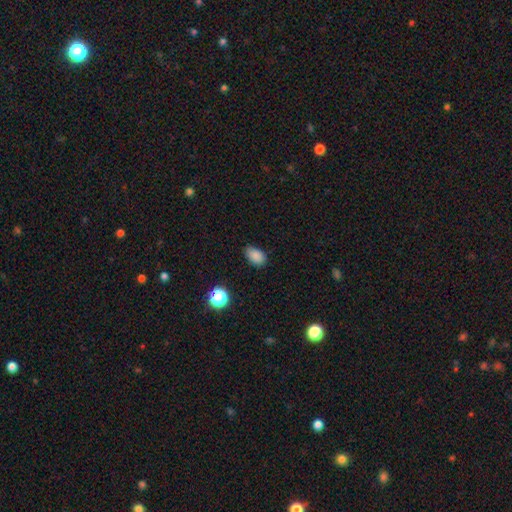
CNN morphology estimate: Smooth or featured? Predicted: smooth (p=0.85). How rounded? Predicted: in between (p=0.87). Merging? Predicted: none (p=0.79).